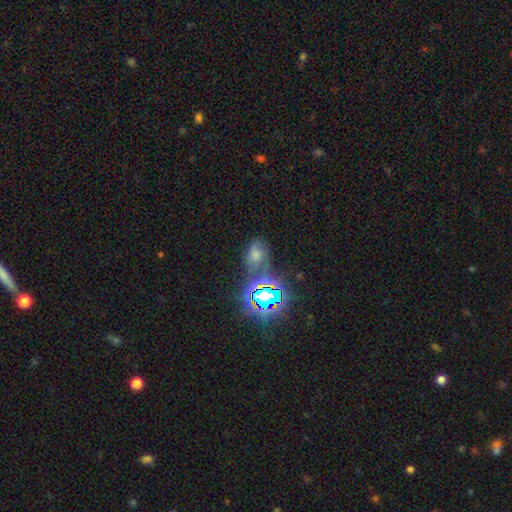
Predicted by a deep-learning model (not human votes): A smooth galaxy with no disk features (46%). Merging: none (54%).